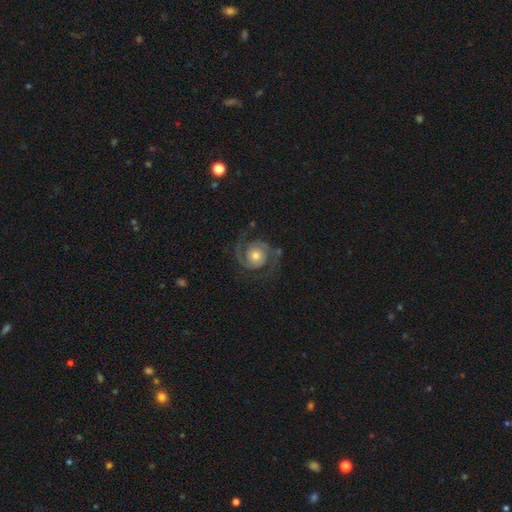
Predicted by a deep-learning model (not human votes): This is clearly a featured or disk galaxy (89%). It is clearly not viewed edge-on (98%). Bar: likely no (75%). Spiral arm pattern: clearly yes (98%). Spiral arm count: clearly 2 (93%). Spiral winding: possibly medium (49%). Central bulge: likely moderate (60%). Merging: likely none (80%).